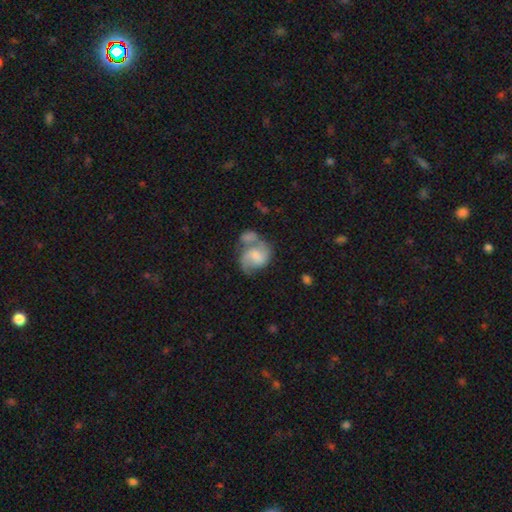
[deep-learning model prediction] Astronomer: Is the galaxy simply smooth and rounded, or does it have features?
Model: featured or disk — 66%.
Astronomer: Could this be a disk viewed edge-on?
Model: no — 98%.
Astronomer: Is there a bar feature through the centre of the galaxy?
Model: no — 46% (runner-up: weak, 44%).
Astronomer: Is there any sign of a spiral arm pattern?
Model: yes — 88%.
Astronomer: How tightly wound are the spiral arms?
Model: medium — 50% (runner-up: loose, 33%).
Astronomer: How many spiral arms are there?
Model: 2 — 80%.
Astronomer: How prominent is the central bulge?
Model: small — 42% (runner-up: moderate, 34%).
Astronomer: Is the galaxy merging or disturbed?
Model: merger — 42% (runner-up: none, 31%).